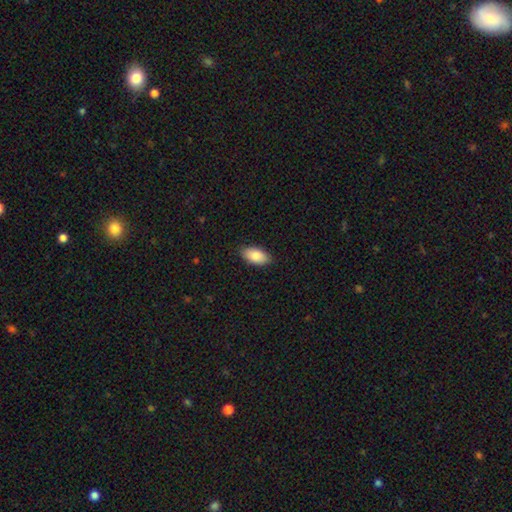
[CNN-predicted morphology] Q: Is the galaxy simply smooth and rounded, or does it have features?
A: smooth — 87%.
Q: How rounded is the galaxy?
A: in between — 94%.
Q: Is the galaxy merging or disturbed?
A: none — 87%.